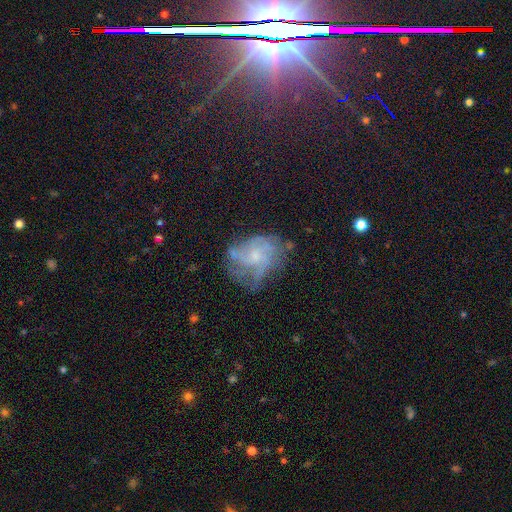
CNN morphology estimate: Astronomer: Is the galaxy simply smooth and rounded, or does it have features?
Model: featured or disk — 68%.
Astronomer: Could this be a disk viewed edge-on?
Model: no — 97%.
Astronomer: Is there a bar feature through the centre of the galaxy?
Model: no — 77%.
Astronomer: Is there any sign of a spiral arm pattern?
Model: yes — 79%.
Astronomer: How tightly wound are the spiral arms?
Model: medium — 41% (runner-up: tight, 37%).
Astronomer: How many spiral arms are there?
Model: can't tell — 41% (runner-up: 3, 18%).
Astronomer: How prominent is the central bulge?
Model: small — 60%.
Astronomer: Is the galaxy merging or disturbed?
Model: none — 51%.